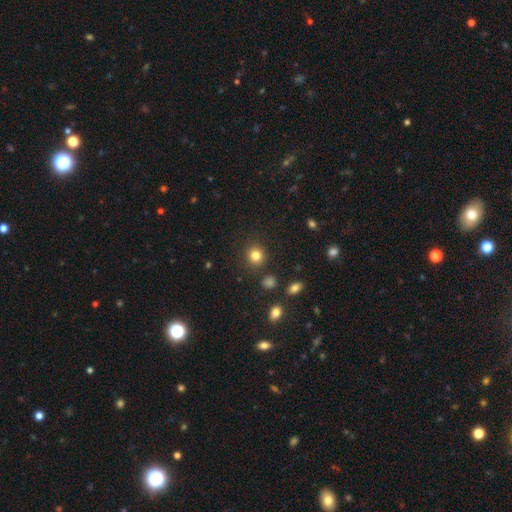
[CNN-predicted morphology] smooth 83%, star or artifact 12%, featured or disk 6%. Down the decision tree: how rounded — round (89%); merging — none (89%).